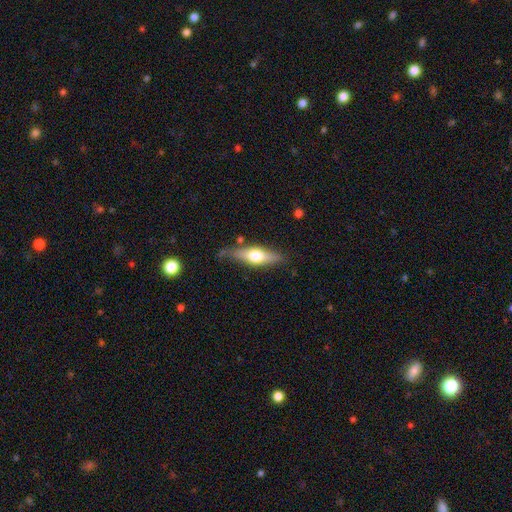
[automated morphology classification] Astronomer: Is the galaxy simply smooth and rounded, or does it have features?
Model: featured or disk — 51% (runner-up: smooth, 43%).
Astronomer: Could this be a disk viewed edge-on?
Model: yes — 89%.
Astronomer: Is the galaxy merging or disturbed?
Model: none — 74%.